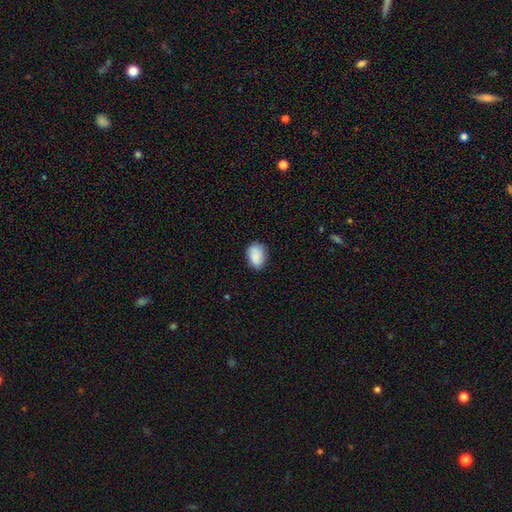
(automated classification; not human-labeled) Smooth or featured? Predicted: smooth (p=0.83). How rounded? Predicted: in between (p=0.73). Merging? Predicted: none (p=0.76).